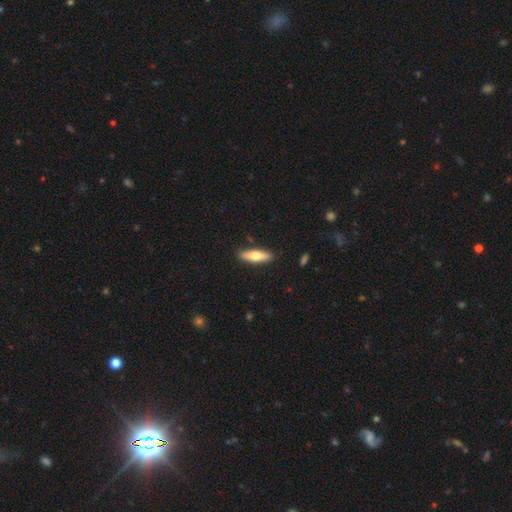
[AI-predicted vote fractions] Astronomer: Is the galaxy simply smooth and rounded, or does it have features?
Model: smooth — 62%.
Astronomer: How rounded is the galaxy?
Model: cigar-shaped — 57% (runner-up: in between, 41%).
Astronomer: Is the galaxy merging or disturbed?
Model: none — 89%.